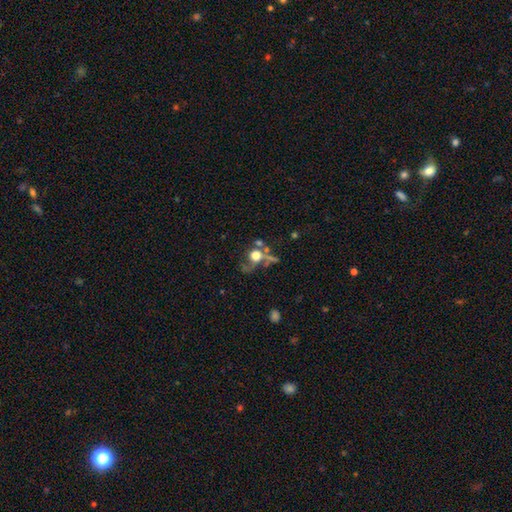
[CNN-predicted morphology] Overall: smooth (56%; featured or disk 28%). How rounded: round (76%). Merging: none (32%; merger 30%).